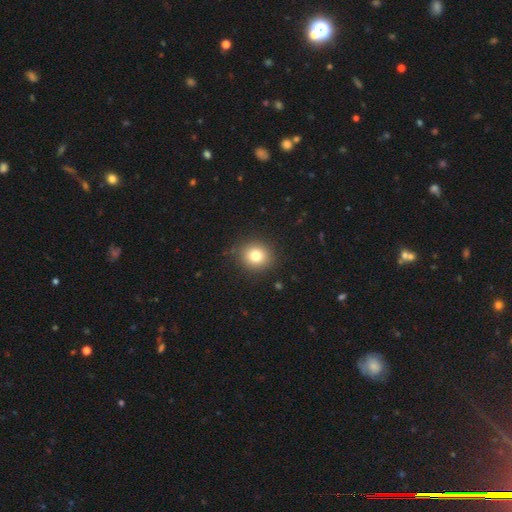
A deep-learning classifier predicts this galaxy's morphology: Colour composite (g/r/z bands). It shows a smooth galaxy with no disk features (79%) that is round (83%). Merging: none (88%).